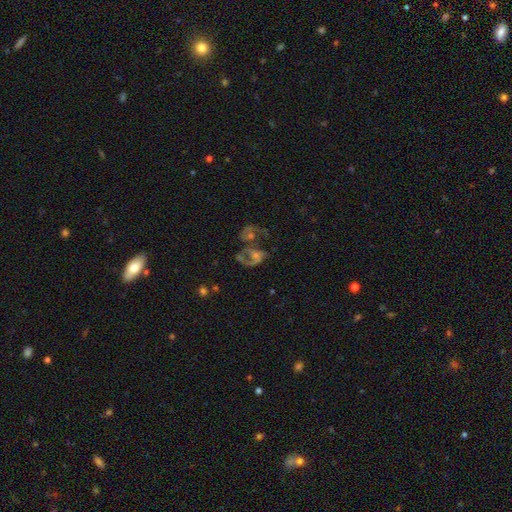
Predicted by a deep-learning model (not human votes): Smooth or featured: featured or disk — 67% (smooth — 19%)
Edge-on disk: no — 97% (yes — 3%)
Bar: no — 66% (weak — 26%)
Spiral arms: yes — 69% (no — 31%)
Bulge size: small — 44% (moderate — 38%)
Merging: merger — 46% (major disturbance — 23%)